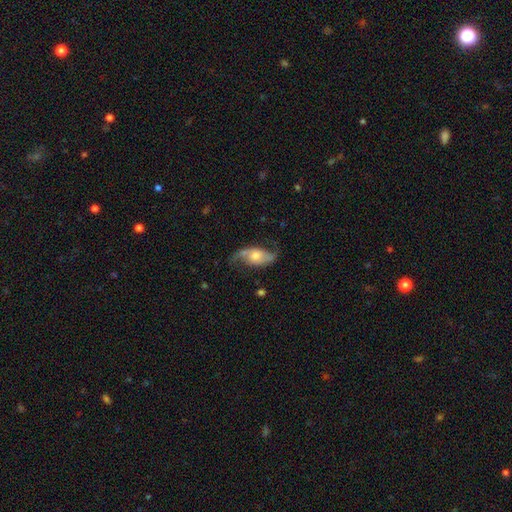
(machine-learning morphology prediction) Q: Smooth or featured?
A: featured or disk (79%); runner-up: smooth (15%)
Q: Edge-on disk?
A: no (95%); runner-up: yes (5%)
Q: Bar?
A: no (63%); runner-up: weak (28%)
Q: Spiral arms?
A: yes (93%); runner-up: no (7%)
Q: Spiral winding?
A: loose (67%); runner-up: medium (26%)
Q: Spiral arm count?
A: 2 (91%); runner-up: can't tell (3%)
Q: Bulge size?
A: moderate (50%); runner-up: small (34%)
Q: Merging?
A: none (69%); runner-up: minor disturbance (18%)